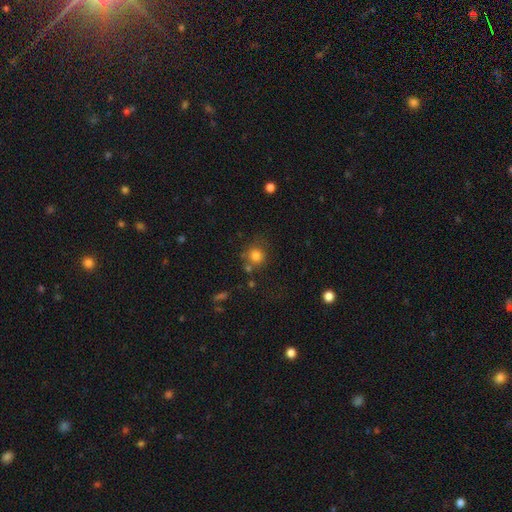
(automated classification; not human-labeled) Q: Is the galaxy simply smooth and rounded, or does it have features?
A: smooth — 80%.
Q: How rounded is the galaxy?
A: round — 89%.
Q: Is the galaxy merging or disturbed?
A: none — 67%.